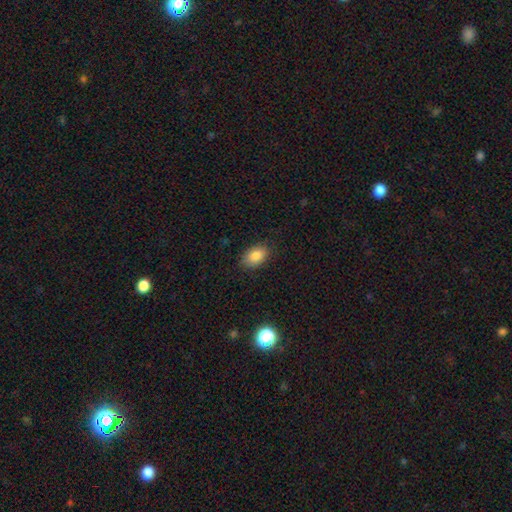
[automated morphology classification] The model was most divided on "merging": none: 82%, minor disturbance: 14%, major disturbance: 3%, merger: 1%. More confident: how rounded — in between (87%); smooth or featured — smooth (85%).